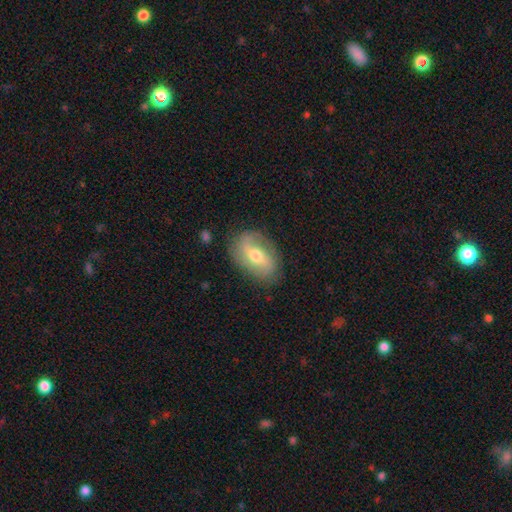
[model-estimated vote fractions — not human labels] A featured or disk galaxy (62%) with a weak bar (41%), spiral arms (75%) and a moderate central bulge (70%). Merging: none (77%).